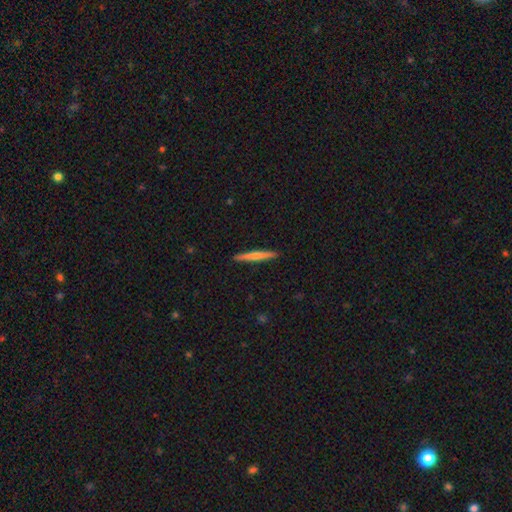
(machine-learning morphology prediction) type=smooth (59%); roundness=cigar-shaped (96%); merging=none (92%).